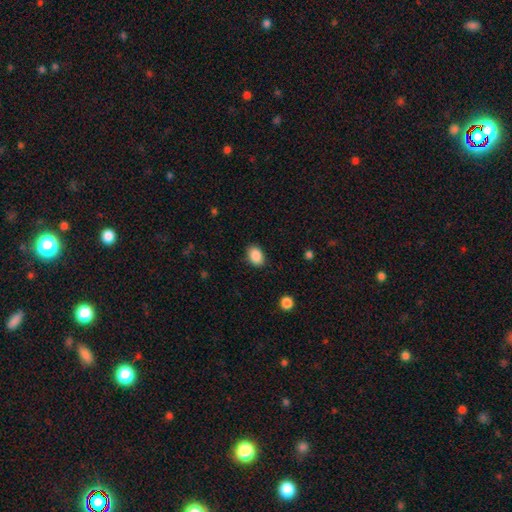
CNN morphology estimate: The model was most divided on "how rounded": in between: 80%, round: 19%, cigar-shaped: 1%. More confident: smooth or featured — smooth (89%); merging — none (86%).